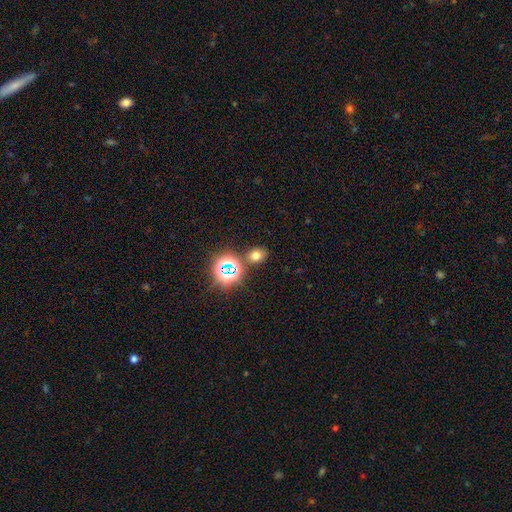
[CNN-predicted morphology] type=smooth (65%); roundness=in between (50%); merging=none (80%).